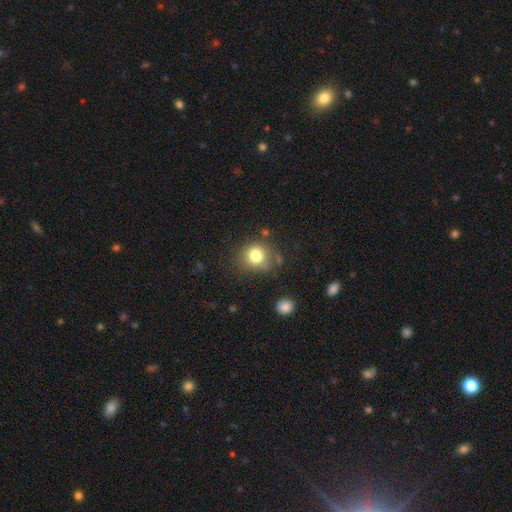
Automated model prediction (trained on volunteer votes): This appears to be a smooth galaxy with no disk features (78%) that is round (80%). Merging: none (72%).